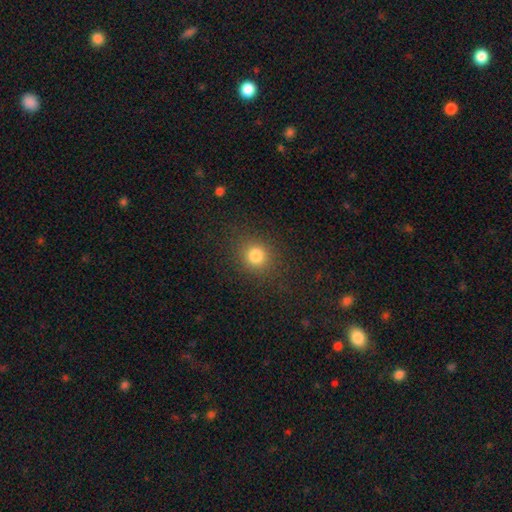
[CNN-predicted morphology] This is clearly a smooth galaxy (81%). How rounded: clearly round (83%). Merging: clearly none (87%).